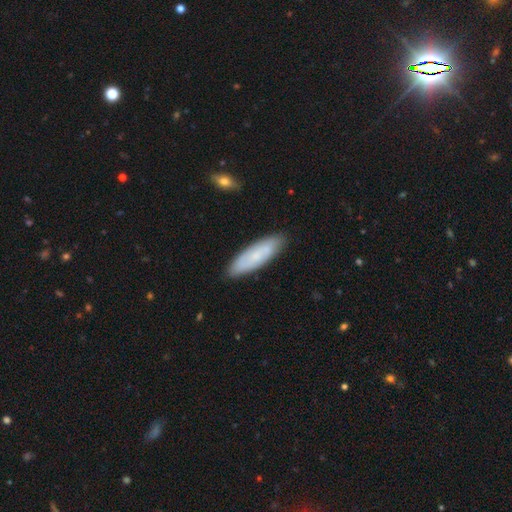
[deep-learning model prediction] A smooth galaxy with no disk features (62%) that is cigar-shaped (51%).

Vote fractions:
- Smooth or featured? smooth: 62% / featured or disk: 31% / star or artifact: 6%
- How rounded? cigar-shaped: 51% / in between: 47% / round: 2%
- Merging? none: 84% / minor disturbance: 12% / major disturbance: 2% / merger: 1%